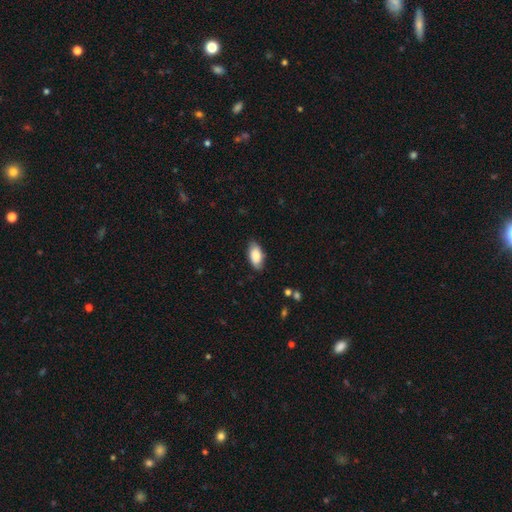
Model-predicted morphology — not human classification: Smooth or featured? smooth (84%)
How rounded? in between (92%)
Merging? none (81%)